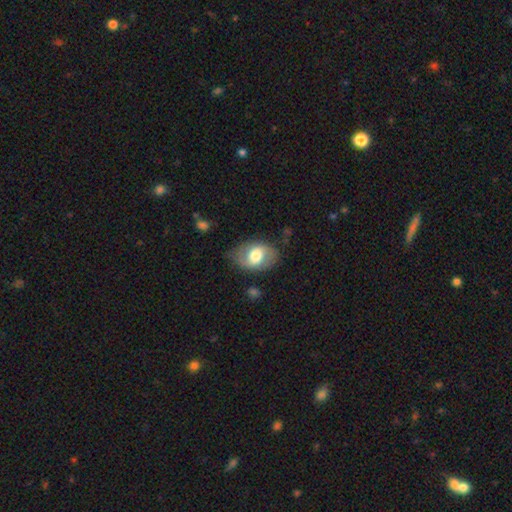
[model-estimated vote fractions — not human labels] Smooth or featured?
  - smooth: 52% *
  - featured or disk: 42%
  - star or artifact: 6%
How rounded?
  - in between: 82% *
  - round: 17%
  - cigar-shaped: 1%
Merging?
  - none: 71% *
  - minor disturbance: 20%
  - major disturbance: 8%
  - merger: 2%